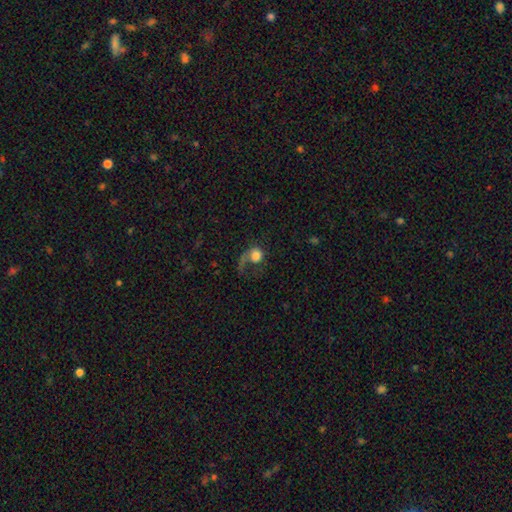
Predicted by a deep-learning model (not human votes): Smooth or featured? smooth (61%)
How rounded? round (73%)
Merging? major disturbance (54%)